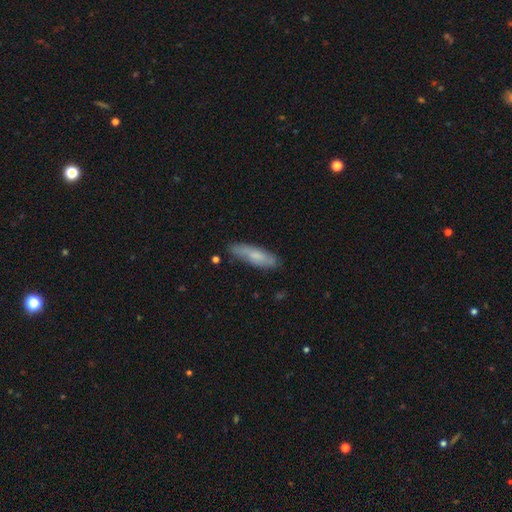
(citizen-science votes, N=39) A smooth galaxy with no disk features (62%) that is cigar-shaped (71%).

Vote fractions:
- Smooth or featured? smooth: 62% / featured or disk: 33% / star or artifact: 5%
- How rounded? cigar-shaped: 71% / in between: 29% / round: 0%
- Merging? none: 68% / minor disturbance: 19% / major disturbance: 11% / merger: 3%